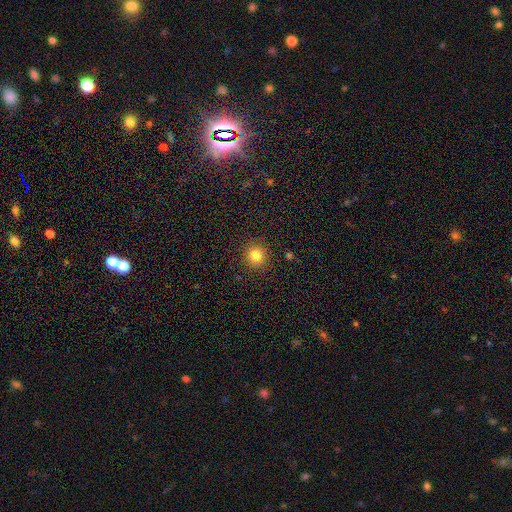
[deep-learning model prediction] Smooth or featured? smooth (82%)
How rounded? round (91%)
Merging? none (90%)